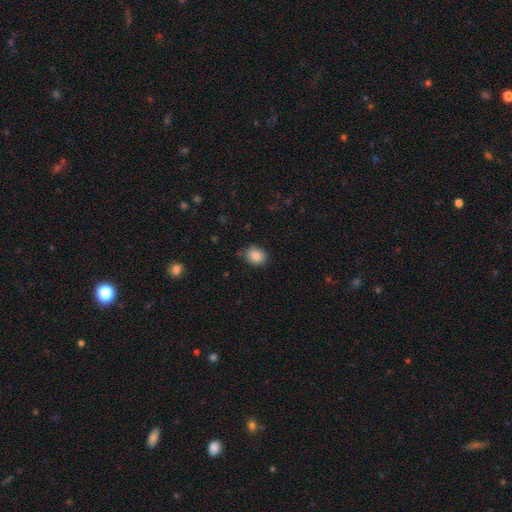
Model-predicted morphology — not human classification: Smooth or featured?
  - smooth: 86% *
  - star or artifact: 9%
  - featured or disk: 5%
How rounded?
  - round: 58% *
  - in between: 41%
  - cigar-shaped: 1%
Merging?
  - none: 84% *
  - minor disturbance: 12%
  - major disturbance: 2%
  - merger: 2%